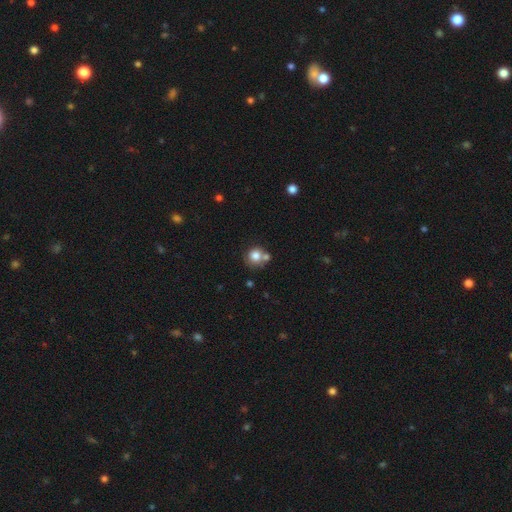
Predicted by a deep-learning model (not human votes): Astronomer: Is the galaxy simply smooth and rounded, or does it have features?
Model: smooth — 79%.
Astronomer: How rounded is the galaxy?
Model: round — 88%.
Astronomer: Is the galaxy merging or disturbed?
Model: none — 52% (runner-up: merger, 32%).